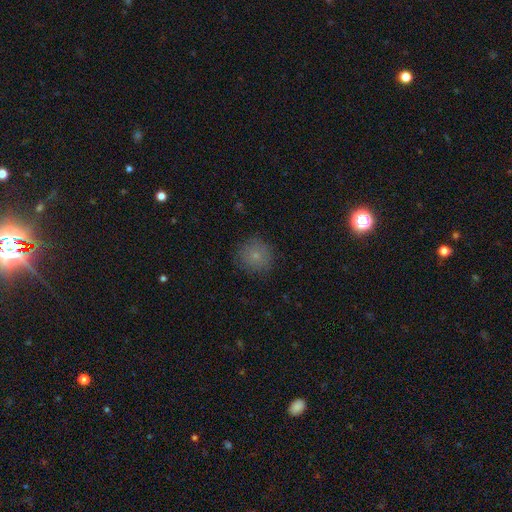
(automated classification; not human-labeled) This is likely a smooth galaxy (77%). How rounded: clearly round (92%). Merging: clearly none (85%).